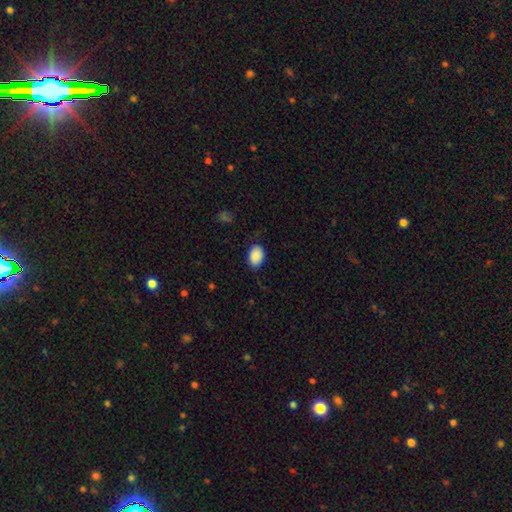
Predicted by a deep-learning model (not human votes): A smooth galaxy with no disk features (90%) that is in between round and cigar-shaped (83%). Merging: none (81%).